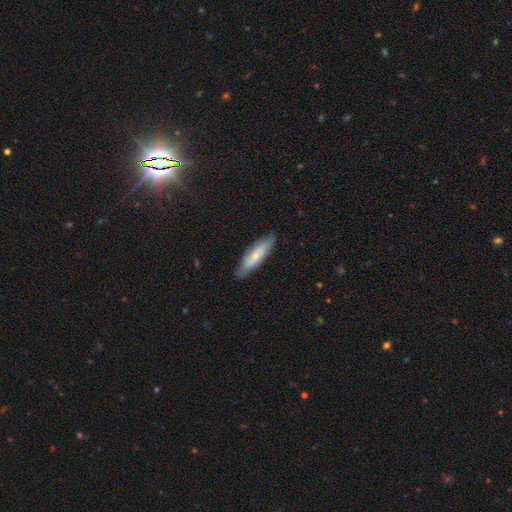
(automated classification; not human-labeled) smooth 59%, featured or disk 35%, star or artifact 6%. Down the decision tree: how rounded — cigar-shaped (68%); merging — none (83%).